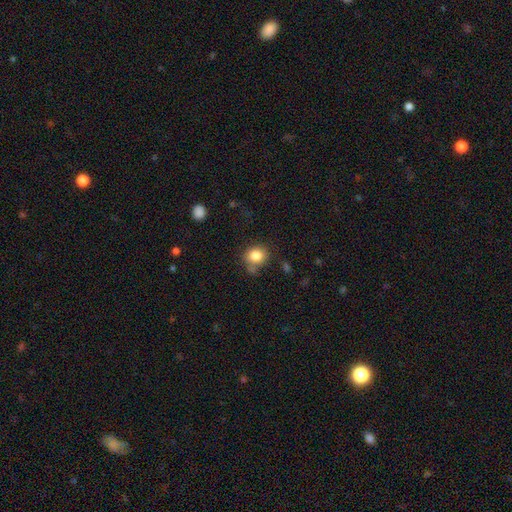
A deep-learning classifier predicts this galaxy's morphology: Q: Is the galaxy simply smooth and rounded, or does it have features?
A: smooth — 83%.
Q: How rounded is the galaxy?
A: round — 75%.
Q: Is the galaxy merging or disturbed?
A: none — 68%.